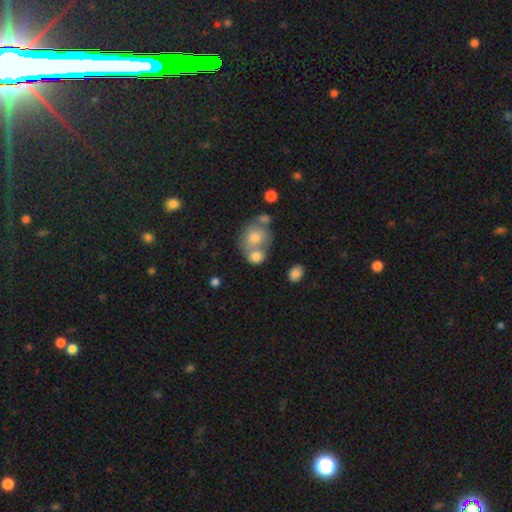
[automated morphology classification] The model was most divided on "merging": merger: 54%, none: 31%, minor disturbance: 10%, major disturbance: 6%. More confident: smooth or featured — smooth (72%); how rounded — round (64%).